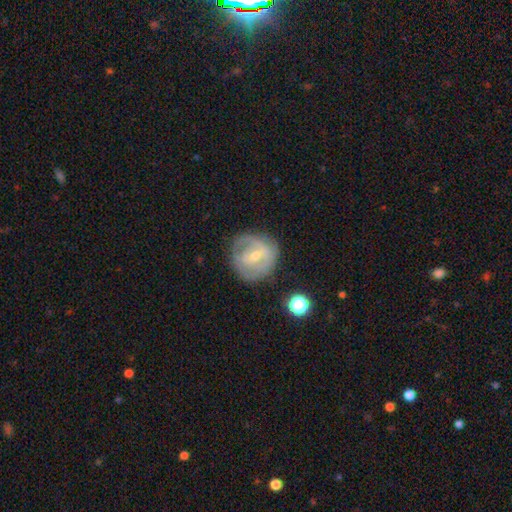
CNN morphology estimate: The model was most divided on "bulge size": small: 52%, moderate: 43%, none: 2%, large: 2%, dominant: 1%. More confident: edge-on disk — no (97%); spiral arms — yes (71%); merging — none (69%); smooth or featured — featured or disk (66%); bar — weak (52%).